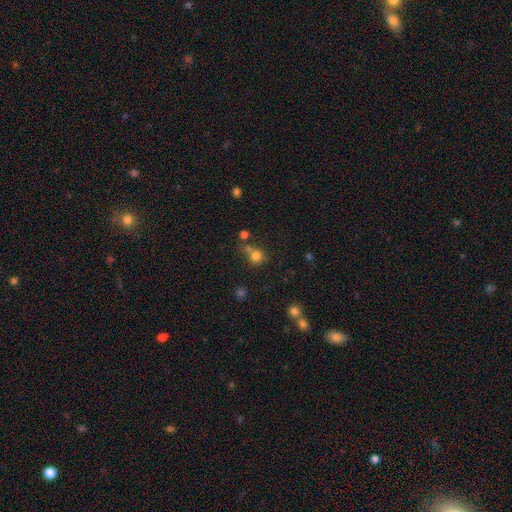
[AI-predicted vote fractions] This is likely a smooth galaxy (77%). How rounded: clearly round (88%). Merging: possibly none (56%).